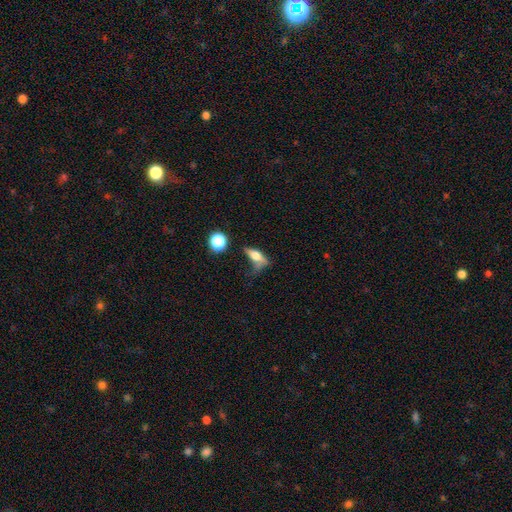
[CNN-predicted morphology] smooth_or_featured: smooth (p=0.53) [alt: featured or disk p=0.36]
how_rounded: in between (p=0.58) [alt: cigar-shaped p=0.33]
merging: none (p=0.38) [alt: major disturbance p=0.26]